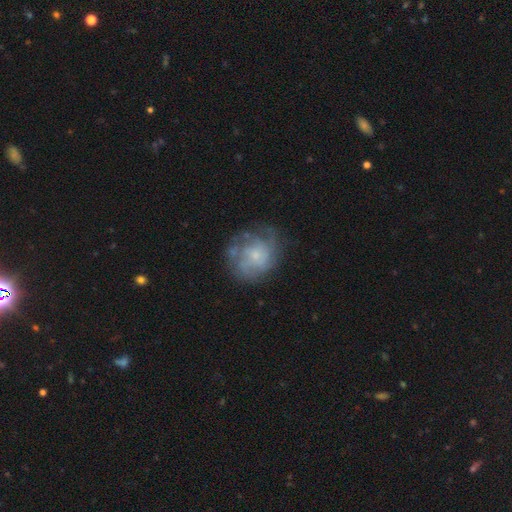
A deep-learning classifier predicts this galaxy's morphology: Q: Smooth or featured?
A: featured or disk (67%); runner-up: smooth (24%)
Q: Edge-on disk?
A: no (98%); runner-up: yes (2%)
Q: Bar?
A: no (80%); runner-up: weak (18%)
Q: Spiral arms?
A: yes (78%); runner-up: no (22%)
Q: Spiral winding?
A: tight (51%); runner-up: medium (35%)
Q: Spiral arm count?
A: can't tell (47%); runner-up: 3 (15%)
Q: Bulge size?
A: small (68%); runner-up: moderate (20%)
Q: Merging?
A: none (66%); runner-up: minor disturbance (19%)